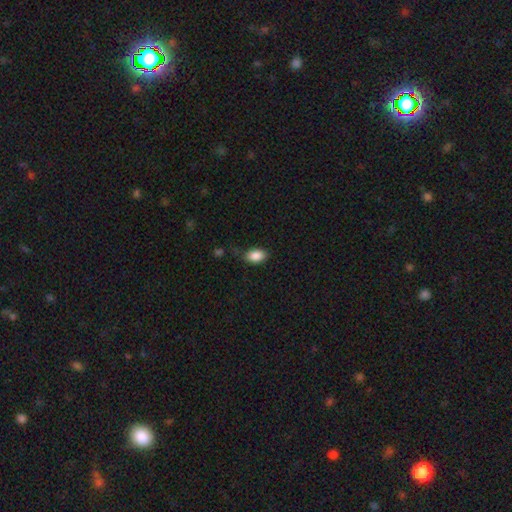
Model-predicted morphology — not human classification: smooth_or_featured: smooth (p=0.88) [alt: star or artifact p=0.08]
how_rounded: in between (p=0.90) [alt: round p=0.08]
merging: none (p=0.74) [alt: minor disturbance p=0.20]